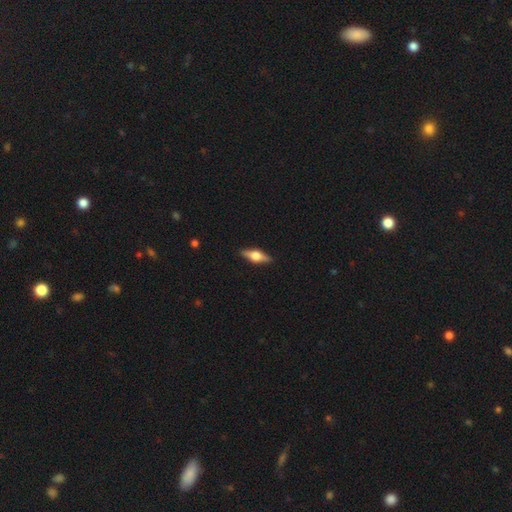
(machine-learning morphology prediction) The model was most divided on "smooth or featured": featured or disk: 59%, smooth: 35%, star or artifact: 6%. More confident: edge-on disk — yes (94%); edge-on bulge — rounded (94%); merging — none (89%).